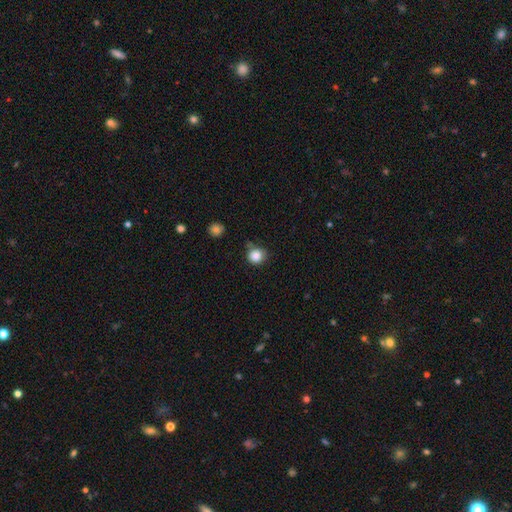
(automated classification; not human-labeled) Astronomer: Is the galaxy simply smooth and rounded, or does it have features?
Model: smooth — 85%.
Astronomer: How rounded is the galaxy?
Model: round — 85%.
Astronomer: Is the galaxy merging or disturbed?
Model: none — 71%.